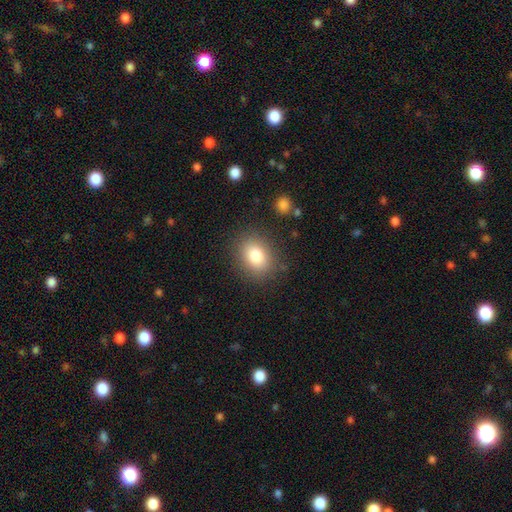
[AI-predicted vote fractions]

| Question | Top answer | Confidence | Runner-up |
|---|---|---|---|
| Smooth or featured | smooth | 81% | star or artifact (10%) |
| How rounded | in between | 54% | round (45%) |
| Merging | none | 84% | minor disturbance (10%) |